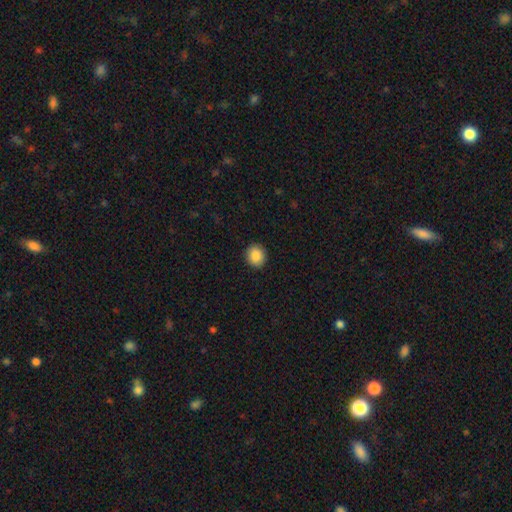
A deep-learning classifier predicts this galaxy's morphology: Overall: smooth (87%). How rounded: round (81%). Merging: none (92%).